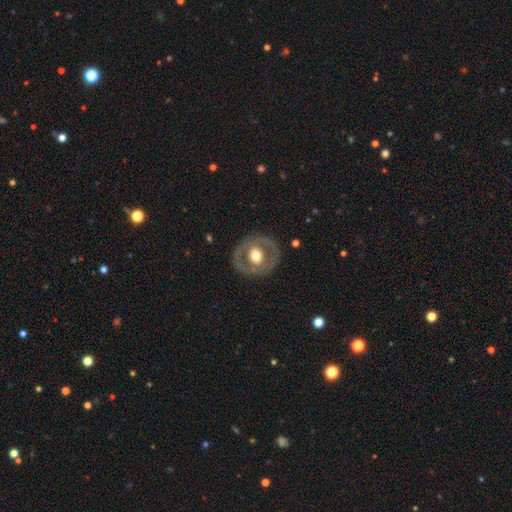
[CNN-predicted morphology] This appears to be a featured or disk galaxy (57%) with no bar (73%), no spiral arms (87%) and a moderate central bulge (61%). Merging: none (82%).